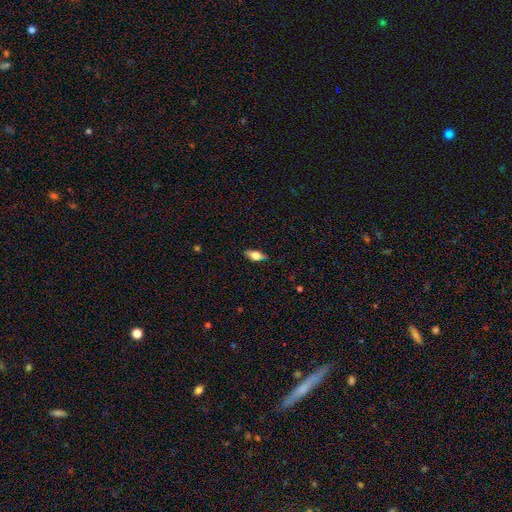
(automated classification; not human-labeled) Smooth or featured? smooth (59%)
How rounded? in between (76%)
Merging? none (83%)